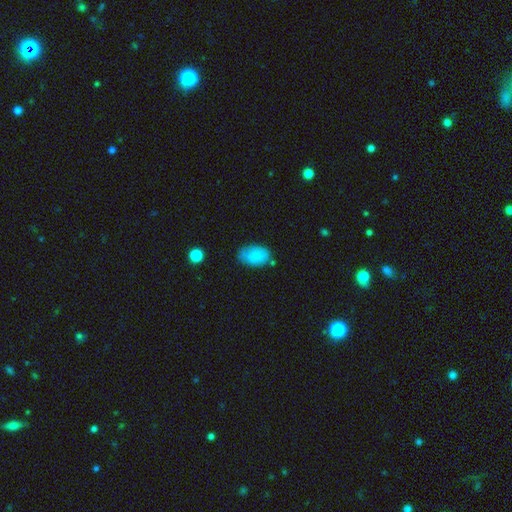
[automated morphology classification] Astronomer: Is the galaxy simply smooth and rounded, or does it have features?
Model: smooth — 82%.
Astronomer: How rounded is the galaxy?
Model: in between — 88%.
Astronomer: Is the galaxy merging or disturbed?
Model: none — 60%.